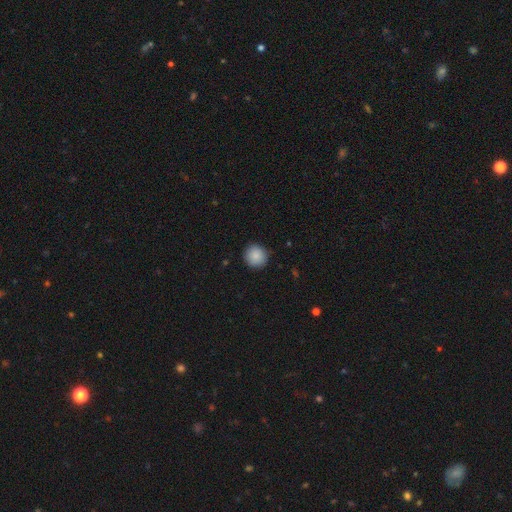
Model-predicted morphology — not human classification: smooth-or-featured: smooth: 89% | star or artifact: 8% | featured or disk: 3%
  how-rounded: round: 93% | in between: 6% | cigar-shaped: 1%
  merging: none: 90% | minor disturbance: 7% | major disturbance: 2% | merger: 1%